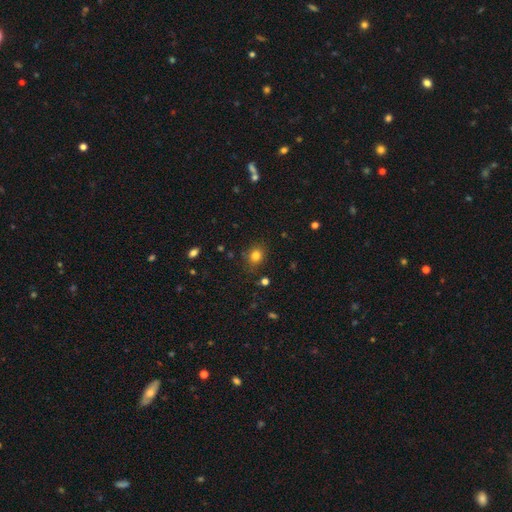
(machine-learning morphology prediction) smooth 80%, star or artifact 13%, featured or disk 7%. Down the decision tree: how rounded — round (63%); merging — none (82%).